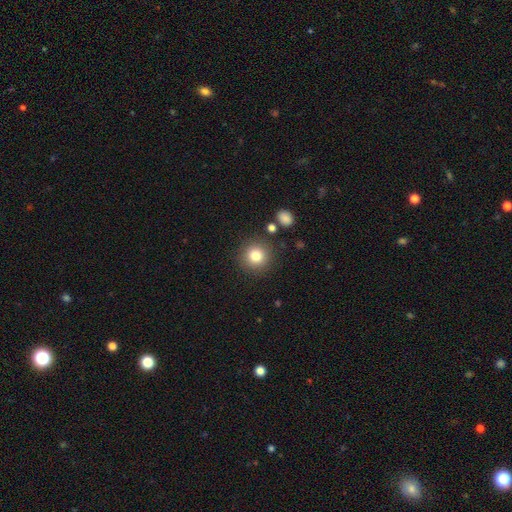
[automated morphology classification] A smooth galaxy with no disk features (81%) that is round (93%). Merging: none (86%).